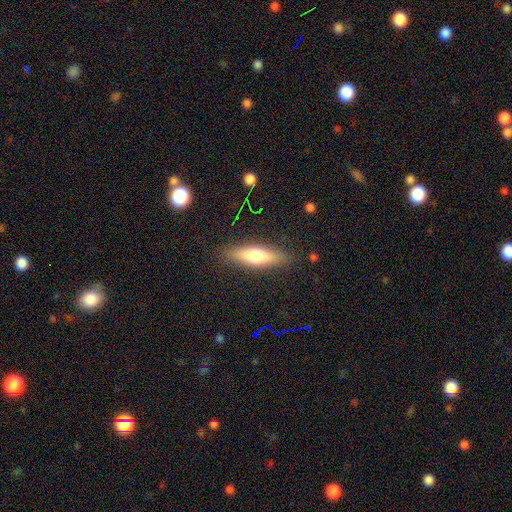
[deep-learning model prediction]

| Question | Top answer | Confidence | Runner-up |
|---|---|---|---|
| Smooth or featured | smooth | 63% | featured or disk (30%) |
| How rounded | cigar-shaped | 63% | in between (34%) |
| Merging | none | 86% | minor disturbance (10%) |